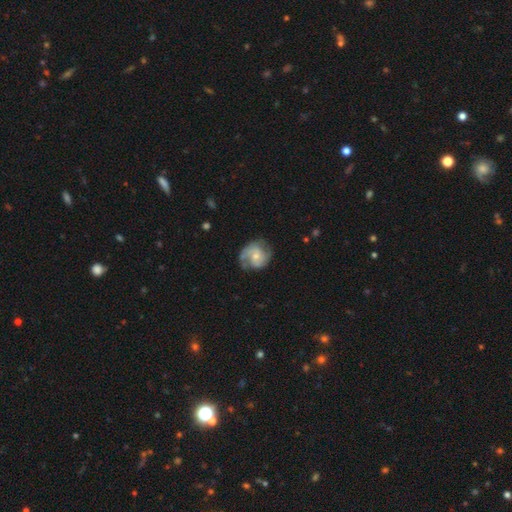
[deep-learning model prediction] A featured or disk galaxy (70%) with no bar (66%), 2 (68%) medium (45%) spiral arms (90%) and a small central bulge (57%). Merging: none (61%).